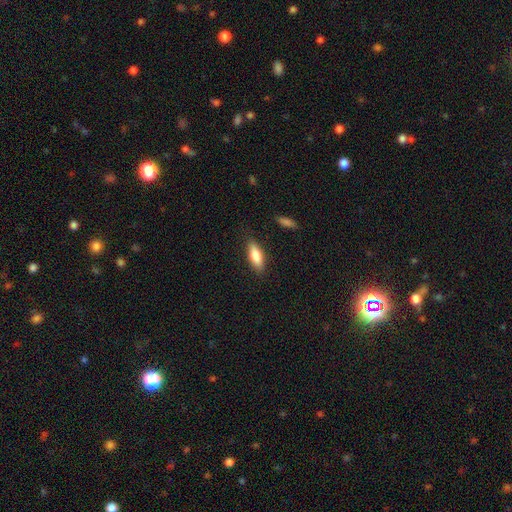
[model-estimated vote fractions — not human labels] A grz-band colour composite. It shows a smooth galaxy with no disk features (79%) that is in between round and cigar-shaped (67%). Merging: none (85%).